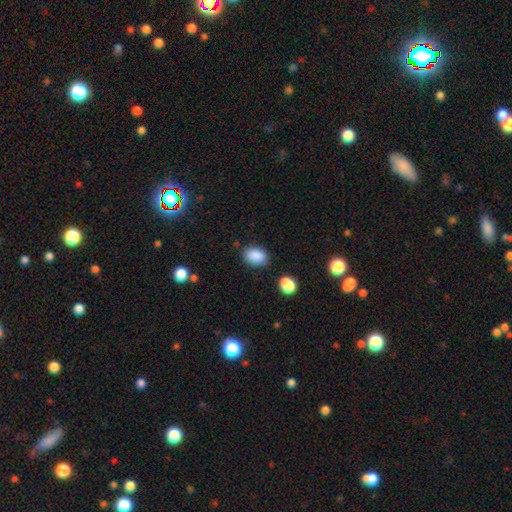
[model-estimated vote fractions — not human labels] This is clearly a smooth galaxy (88%). How rounded: likely in between (79%). Merging: likely none (80%).